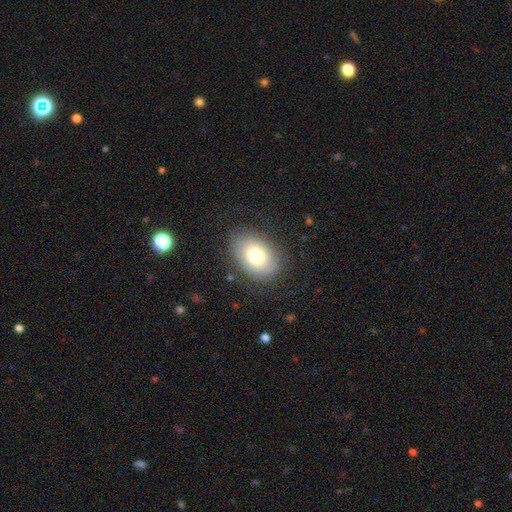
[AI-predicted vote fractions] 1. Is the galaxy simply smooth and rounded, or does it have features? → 73% smooth, 19% featured or disk, 9% star or artifact.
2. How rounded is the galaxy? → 80% in between, 19% round, 1% cigar-shaped.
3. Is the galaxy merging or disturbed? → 79% none, 15% minor disturbance, 6% major disturbance, 1% merger.